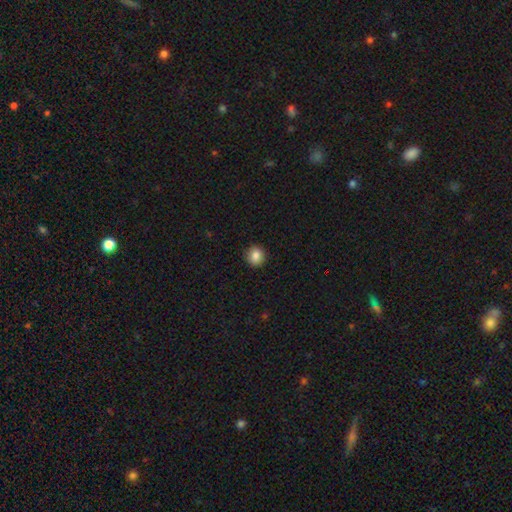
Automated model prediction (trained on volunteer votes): Smooth or featured? Predicted: smooth (p=0.85). How rounded? Predicted: round (p=0.89). Merging? Predicted: none (p=0.91).